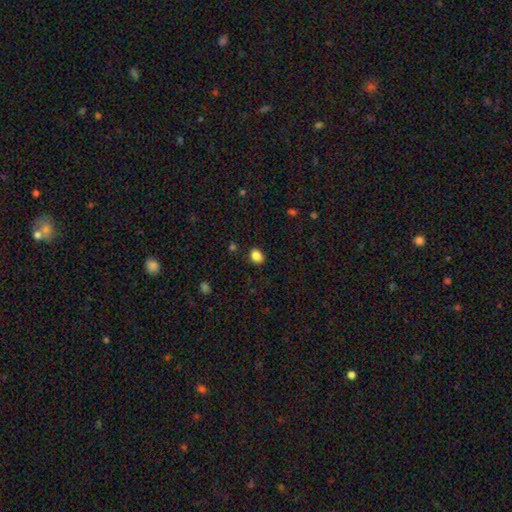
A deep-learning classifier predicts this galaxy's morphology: A smooth galaxy with no disk features (86%) that is in between round and cigar-shaped (50%). Merging: none (86%).